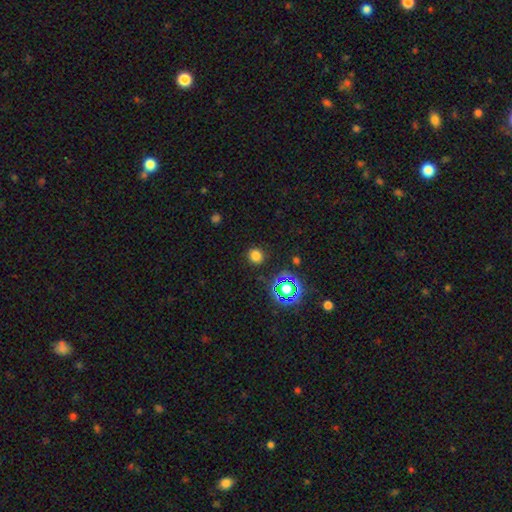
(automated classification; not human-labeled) smooth_or_featured: smooth (p=0.75) [alt: star or artifact p=0.21]
how_rounded: round (p=0.89) [alt: in between p=0.10]
merging: none (p=0.89) [alt: minor disturbance p=0.07]